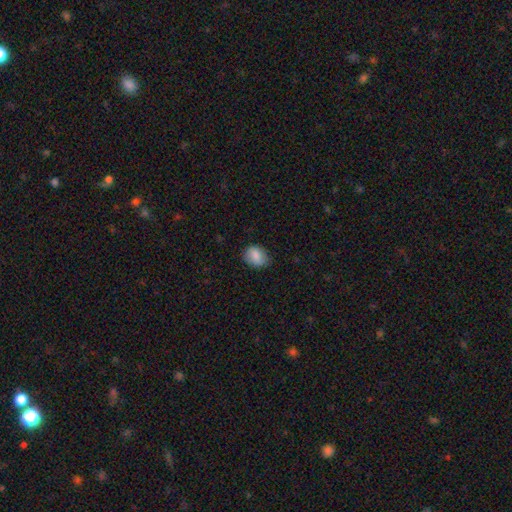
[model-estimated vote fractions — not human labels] smooth-or-featured: smooth: 83% | featured or disk: 9% | star or artifact: 8%
  how-rounded: in between: 56% | round: 43% | cigar-shaped: 1%
  merging: none: 77% | minor disturbance: 18% | major disturbance: 4% | merger: 1%